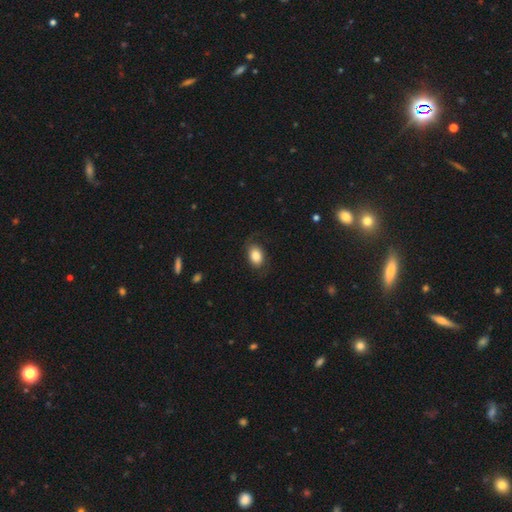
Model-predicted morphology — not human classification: Smooth or featured? Predicted: smooth (p=0.82). How rounded? Predicted: in between (p=0.77). Merging? Predicted: none (p=0.71).